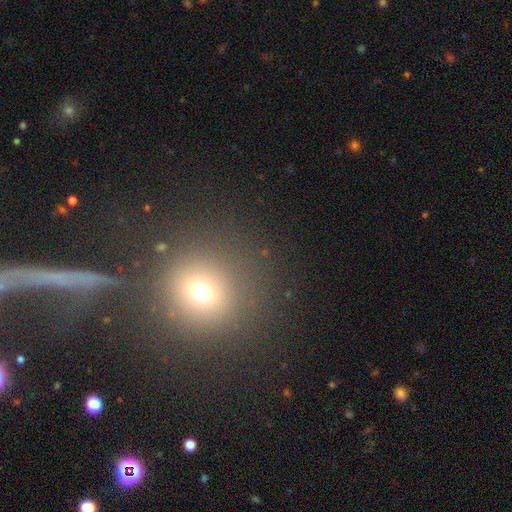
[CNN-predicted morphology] The model was most divided on "smooth or featured": smooth: 58%, star or artifact: 30%, featured or disk: 12%. More confident: how rounded — round (91%); merging — none (83%).